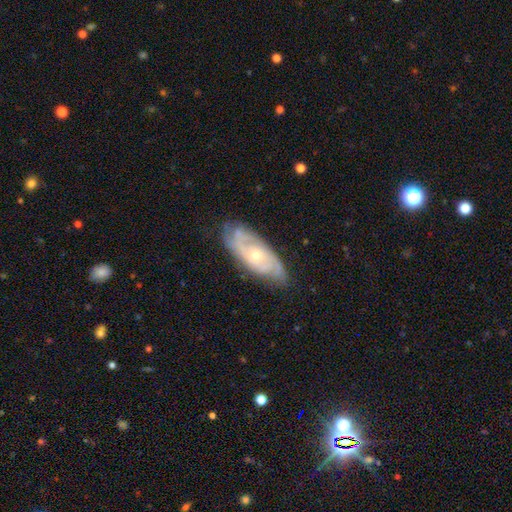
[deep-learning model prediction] Q: Smooth or featured?
A: featured or disk (80%); runner-up: smooth (14%)
Q: Edge-on disk?
A: no (89%); runner-up: yes (11%)
Q: Bar?
A: no (75%); runner-up: weak (21%)
Q: Spiral arms?
A: yes (91%); runner-up: no (9%)
Q: Spiral winding?
A: tight (62%); runner-up: medium (30%)
Q: Spiral arm count?
A: can't tell (37%); runner-up: 2 (31%)
Q: Bulge size?
A: small (56%); runner-up: moderate (41%)
Q: Merging?
A: none (75%); runner-up: minor disturbance (19%)